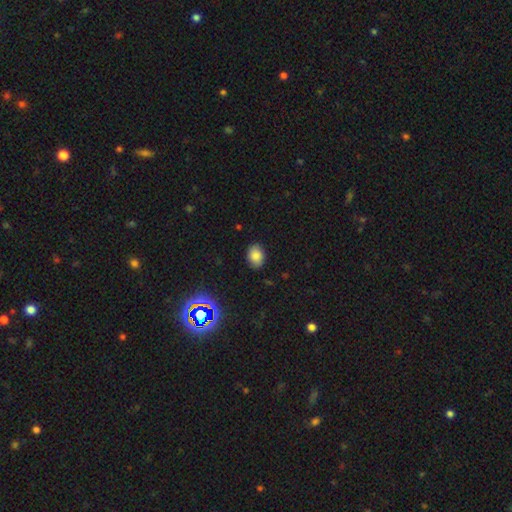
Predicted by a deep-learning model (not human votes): This is clearly a smooth galaxy (81%). How rounded: likely in between (72%). Merging: clearly none (85%).